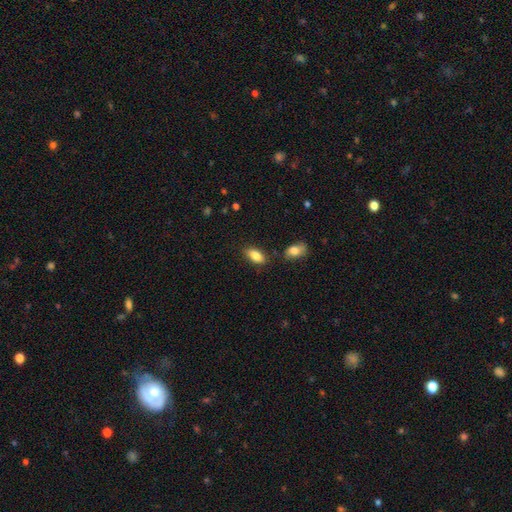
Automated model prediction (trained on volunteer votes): smooth_or_featured: smooth (p=0.85) [alt: featured or disk p=0.08]
how_rounded: in between (p=0.90) [alt: cigar-shaped p=0.06]
merging: none (p=0.79) [alt: minor disturbance p=0.13]